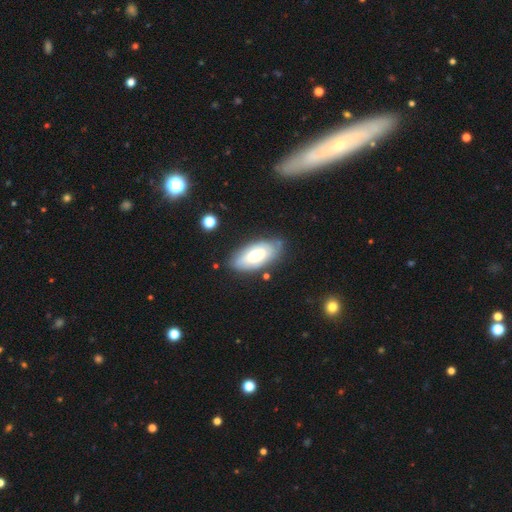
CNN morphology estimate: A smooth galaxy with no disk features (60%) that is in between round and cigar-shaped (90%).

Vote fractions:
- Smooth or featured? smooth: 60% / featured or disk: 33% / star or artifact: 6%
- How rounded? in between: 90% / cigar-shaped: 7% / round: 2%
- Merging? none: 75% / minor disturbance: 18% / major disturbance: 5% / merger: 3%